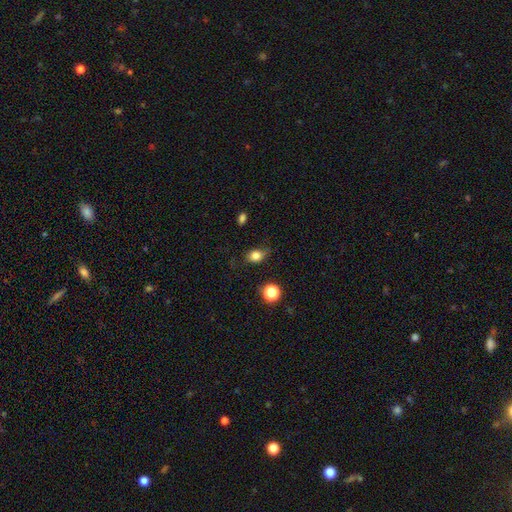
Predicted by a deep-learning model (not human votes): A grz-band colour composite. It shows a smooth galaxy with no disk features (81%) that is in between round and cigar-shaped (58%). Merging: none (70%).